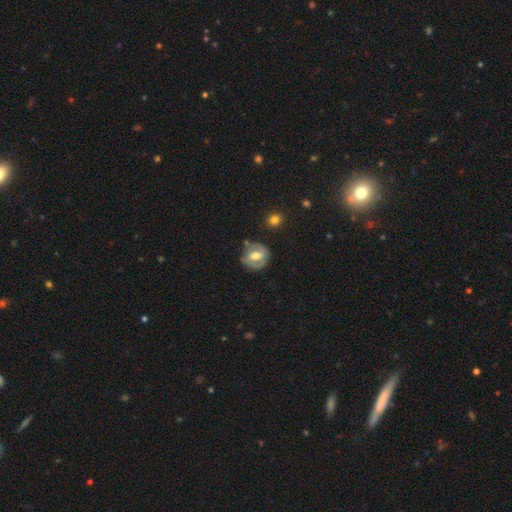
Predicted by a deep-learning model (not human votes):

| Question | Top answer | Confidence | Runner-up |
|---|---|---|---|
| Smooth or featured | featured or disk | 60% | smooth (33%) |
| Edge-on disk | no | 96% | yes (4%) |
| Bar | weak | 44% | strong (34%) |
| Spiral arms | yes | 68% | no (32%) |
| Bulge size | moderate | 70% | small (14%) |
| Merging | none | 70% | minor disturbance (20%) |